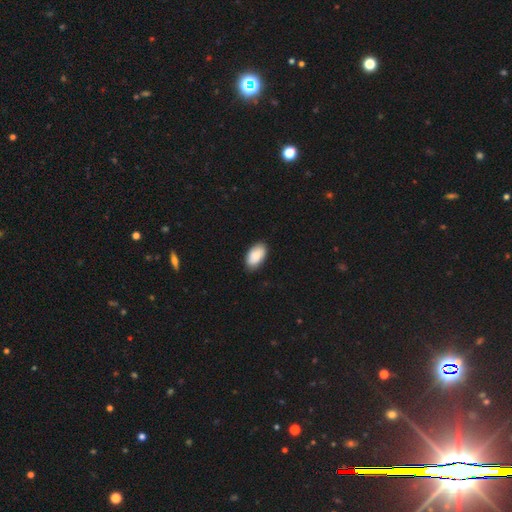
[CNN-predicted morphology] This is clearly a smooth galaxy (88%). How rounded: clearly in between (95%). Merging: clearly none (85%).